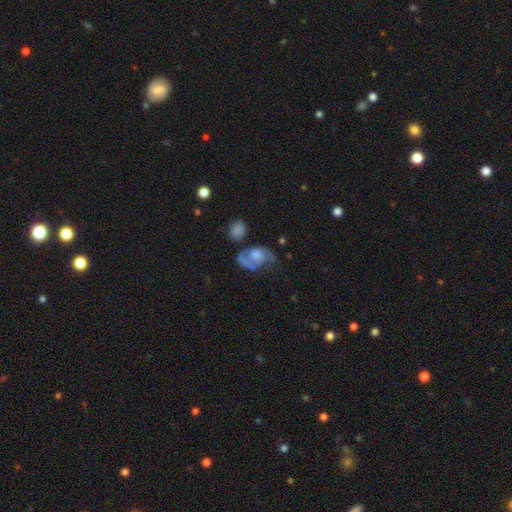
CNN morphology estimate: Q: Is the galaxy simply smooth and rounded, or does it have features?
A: featured or disk — 72%.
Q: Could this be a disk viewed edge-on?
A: no — 96%.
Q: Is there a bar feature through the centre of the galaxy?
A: no — 70%.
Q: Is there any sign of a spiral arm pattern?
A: yes — 87%.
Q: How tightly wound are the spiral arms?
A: medium — 48%.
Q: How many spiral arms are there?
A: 2 — 74%.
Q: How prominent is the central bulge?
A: moderate — 45%.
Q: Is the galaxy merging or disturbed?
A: none — 49%.